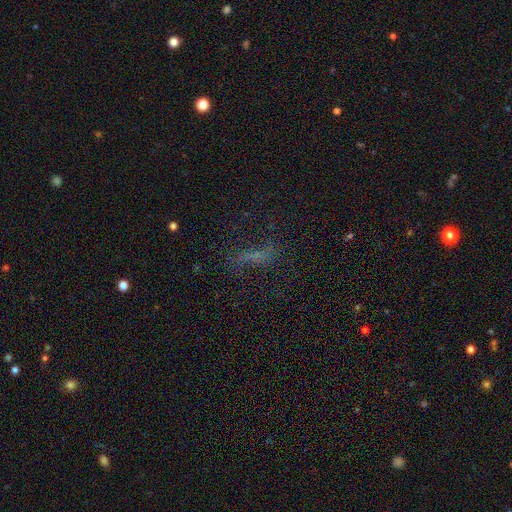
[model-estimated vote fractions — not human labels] Q: Smooth or featured?
A: featured or disk (39%); runner-up: smooth (33%)
Q: Merging?
A: none (58%); runner-up: major disturbance (19%)